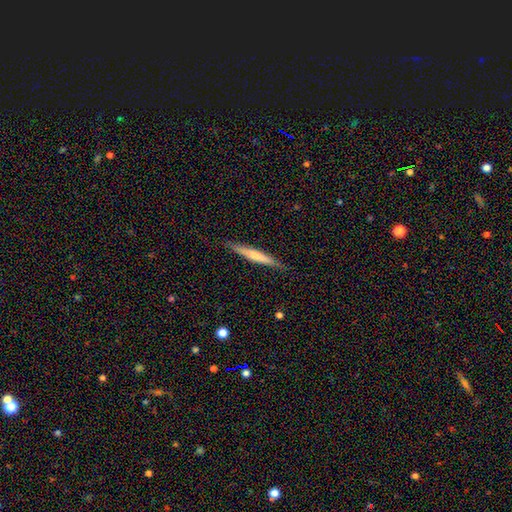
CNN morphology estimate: smooth-or-featured: smooth: 52% | featured or disk: 42% | star or artifact: 6%
  how-rounded: cigar-shaped: 94% | in between: 4% | round: 1%
  merging: none: 87% | minor disturbance: 10% | major disturbance: 2% | merger: 1%